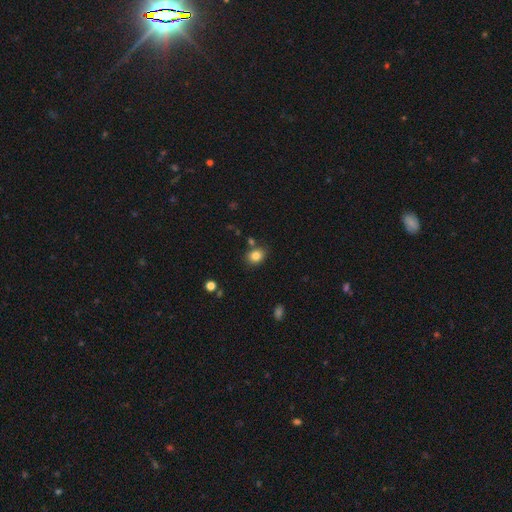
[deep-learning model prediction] smooth 83%, star or artifact 11%, featured or disk 7%. Down the decision tree: how rounded — round (52%); merging — none (78%).